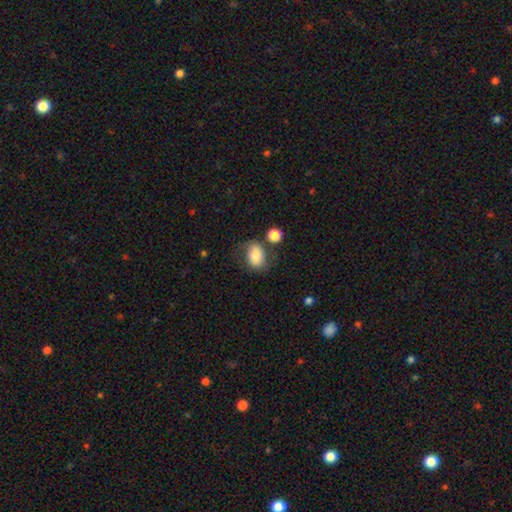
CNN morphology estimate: Smooth or featured?
  - smooth: 74% *
  - featured or disk: 17%
  - star or artifact: 9%
How rounded?
  - in between: 72% *
  - round: 26%
  - cigar-shaped: 1%
Merging?
  - none: 57% *
  - minor disturbance: 23%
  - major disturbance: 11%
  - merger: 10%